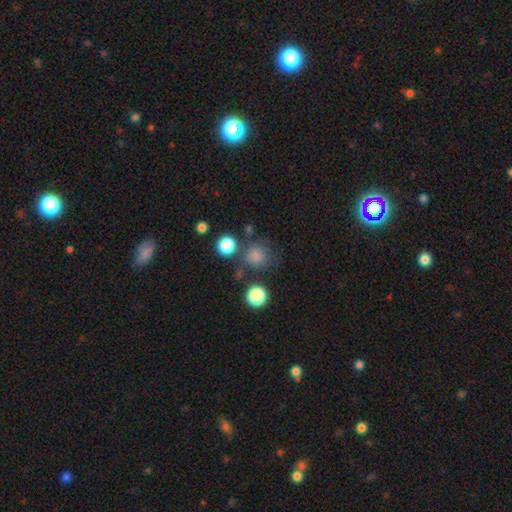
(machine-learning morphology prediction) Smooth or featured: smooth — 78% (star or artifact — 15%)
How rounded: round — 89% (in between — 10%)
Merging: none — 70% (minor disturbance — 15%)